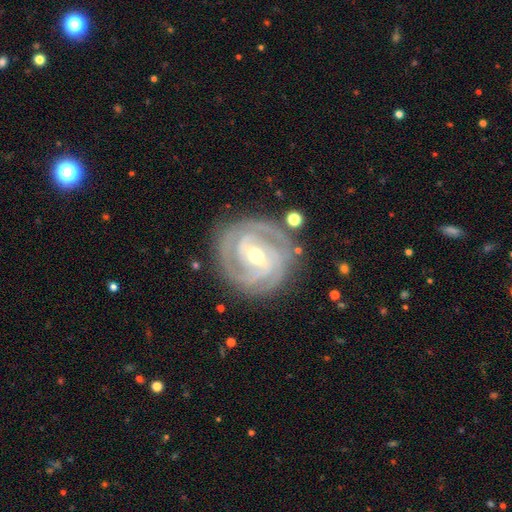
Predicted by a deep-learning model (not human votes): smooth-or-featured: featured or disk: 91% | star or artifact: 5% | smooth: 5%
  disk-edge-on: no: 97% | yes: 3%
    bar: weak: 41% (tied) | strong: 41% (tied) | no: 18%
    has-spiral-arms: yes: 98% | no: 2%
      spiral-winding: tight: 76% | medium: 21% | loose: 3%
      spiral-arm-count: 3: 35% | 2: 32% | can't tell: 12% | 4: 12% | more than 4: 4% | 1: 4%
    bulge-size: moderate: 49% | small: 48% | large: 2% | none: 1% | dominant: 1%
  merging: none: 82% | minor disturbance: 12% | major disturbance: 4% | merger: 2%